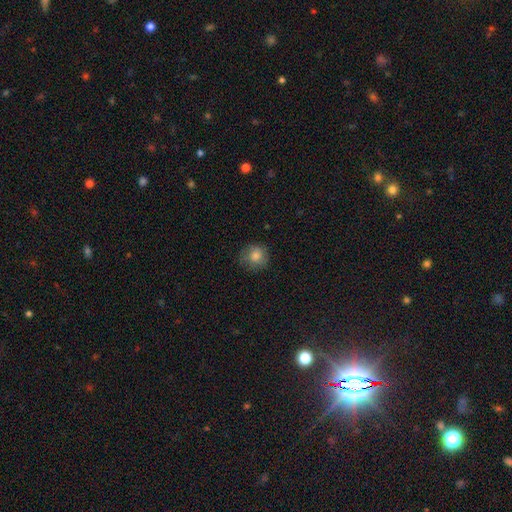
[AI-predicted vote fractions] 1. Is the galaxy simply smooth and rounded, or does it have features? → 80% smooth, 10% featured or disk, 10% star or artifact.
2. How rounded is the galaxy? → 86% round, 13% in between, 1% cigar-shaped.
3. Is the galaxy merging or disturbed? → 75% none, 18% minor disturbance, 5% major disturbance, 1% merger.